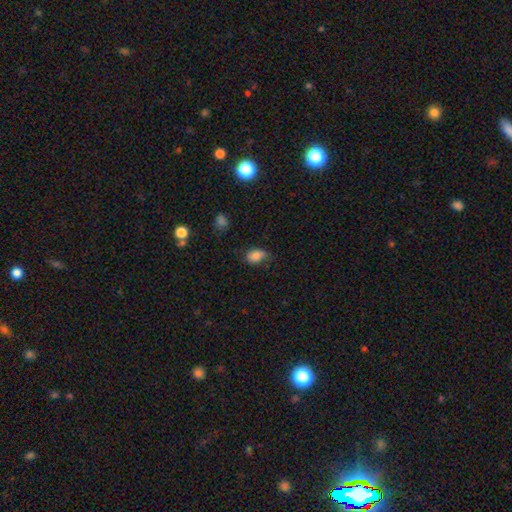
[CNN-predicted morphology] Overall: smooth (83%). How rounded: in between (87%). Merging: none (57%; minor disturbance 33%).